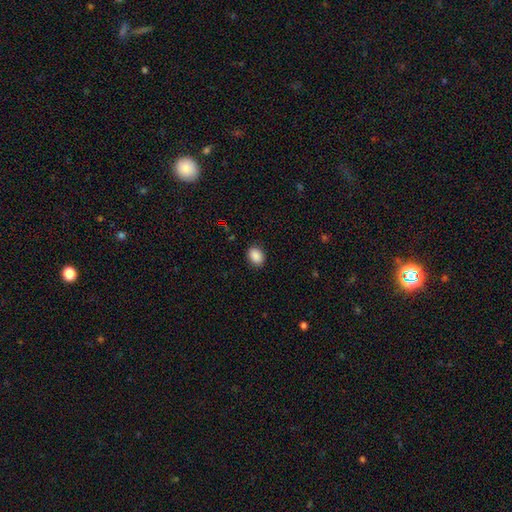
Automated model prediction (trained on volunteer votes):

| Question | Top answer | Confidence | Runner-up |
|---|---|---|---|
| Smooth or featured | smooth | 89% | star or artifact (8%) |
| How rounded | in between | 73% | round (26%) |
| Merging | none | 88% | minor disturbance (8%) |